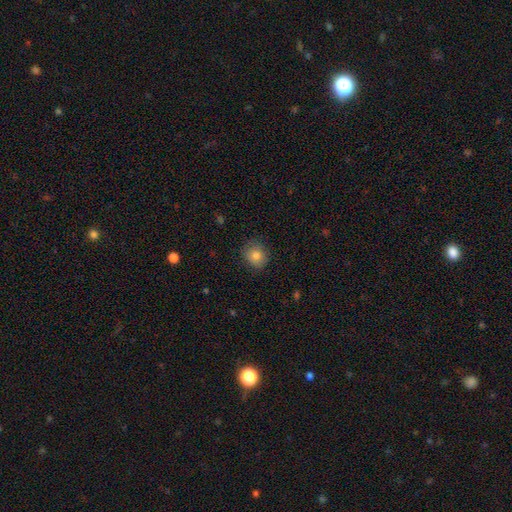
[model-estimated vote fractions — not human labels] Q: Smooth or featured?
A: smooth (82%); runner-up: star or artifact (10%)
Q: How rounded?
A: round (77%); runner-up: in between (22%)
Q: Merging?
A: none (83%); runner-up: minor disturbance (13%)